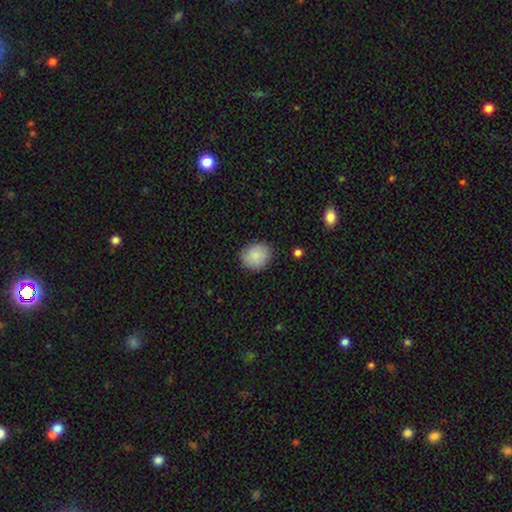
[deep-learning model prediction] Smooth or featured? smooth (87%)
How rounded? round (64%)
Merging? none (84%)